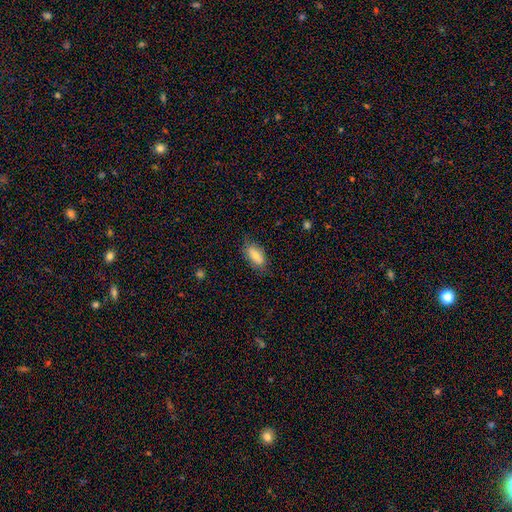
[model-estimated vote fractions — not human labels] Q: Smooth or featured?
A: smooth (75%); runner-up: featured or disk (18%)
Q: How rounded?
A: in between (85%); runner-up: cigar-shaped (12%)
Q: Merging?
A: none (74%); runner-up: minor disturbance (20%)